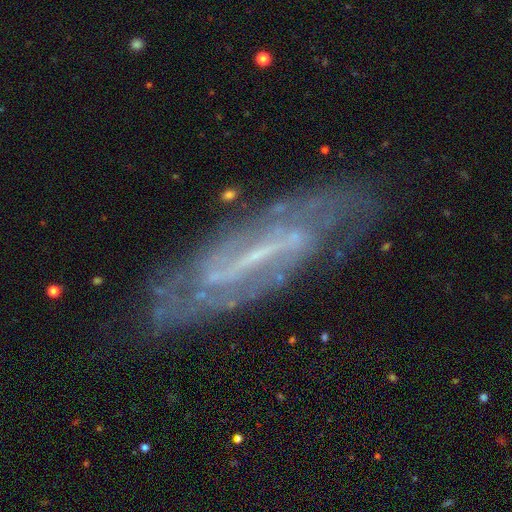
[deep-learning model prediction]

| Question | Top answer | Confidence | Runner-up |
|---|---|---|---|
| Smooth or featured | featured or disk | 81% | smooth (11%) |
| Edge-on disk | no | 81% | yes (19%) |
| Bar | strong | 56% | weak (31%) |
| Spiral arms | yes | 86% | no (14%) |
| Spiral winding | tight | 44% | medium (39%) |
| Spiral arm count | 2 | 52% | can't tell (33%) |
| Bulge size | small | 49% | none (35%) |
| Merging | none | 75% | minor disturbance (16%) |